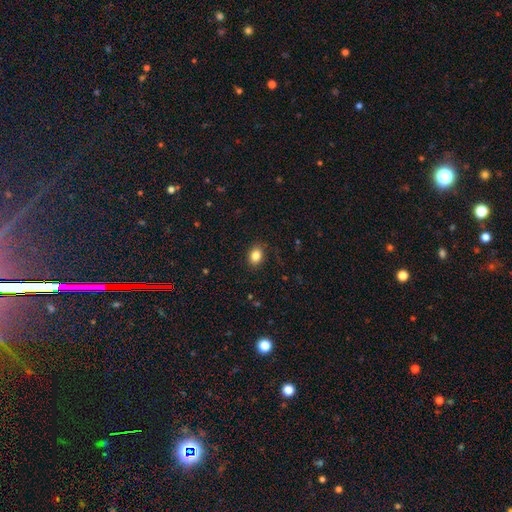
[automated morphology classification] A smooth galaxy with no disk features (84%) that is in between round and cigar-shaped (68%). Merging: none (86%).